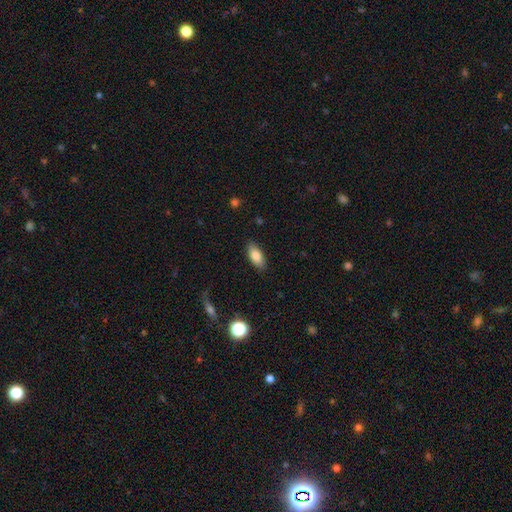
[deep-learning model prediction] This appears to be a smooth galaxy with no disk features (83%) that is in between round and cigar-shaped (87%). Merging: none (87%).